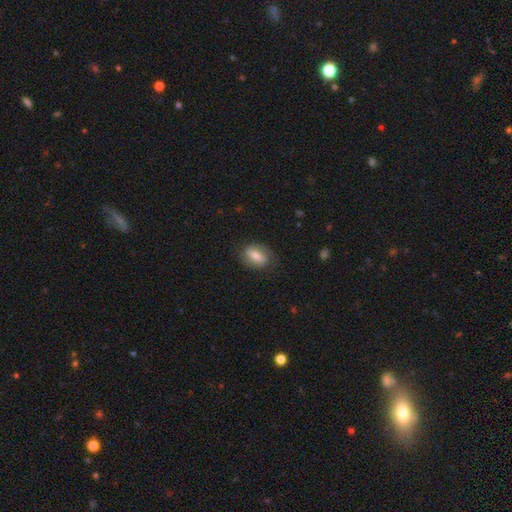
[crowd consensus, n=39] smooth-or-featured: featured or disk: 49% | smooth: 44% | star or artifact: 8%
  disk-edge-on: no: 100% | yes: 0%
    bar: strong: 63% | weak: 32% | no: 5%
    has-spiral-arms: yes: 95% | no: 5%
      spiral-winding: tight: 50% | medium: 33% | loose: 17%
      spiral-arm-count: 2: 94% | 1: 6% | 3: 0% | 4: 0% | more than 4: 0% | can't tell: 0%
    bulge-size: moderate: 42% (tied) | small: 42% (tied) | large: 11% | none: 5% | dominant: 0%
  merging: none: 83% | minor disturbance: 17% | major disturbance: 0% | merger: 0%